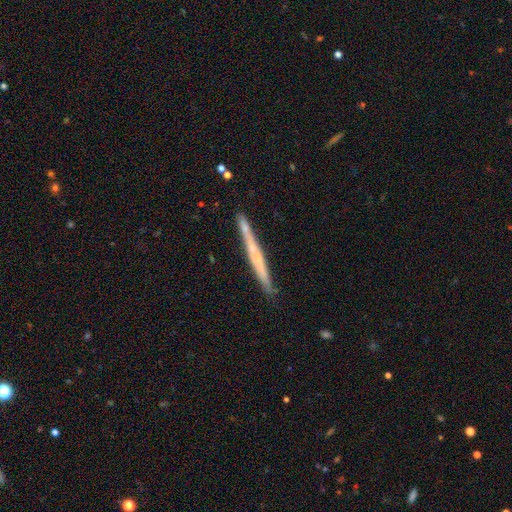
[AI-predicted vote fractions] The model was most divided on "smooth or featured": featured or disk: 57%, smooth: 37%, star or artifact: 6%. More confident: edge-on disk — yes (97%); merging — none (86%); edge-on bulge — none (73%).